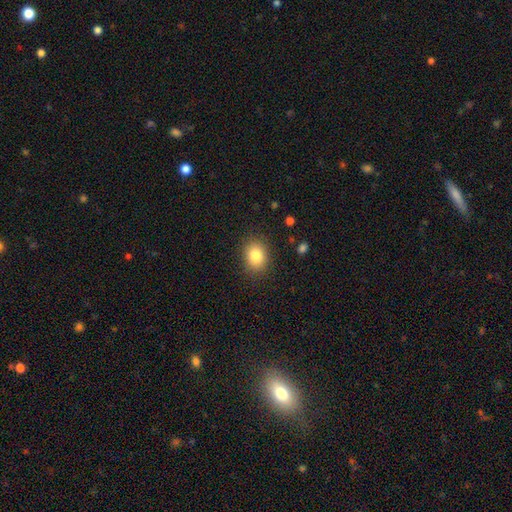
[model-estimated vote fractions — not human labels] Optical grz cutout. It shows a smooth galaxy with no disk features (83%) that is in between round and cigar-shaped (54%). Merging: none (87%).